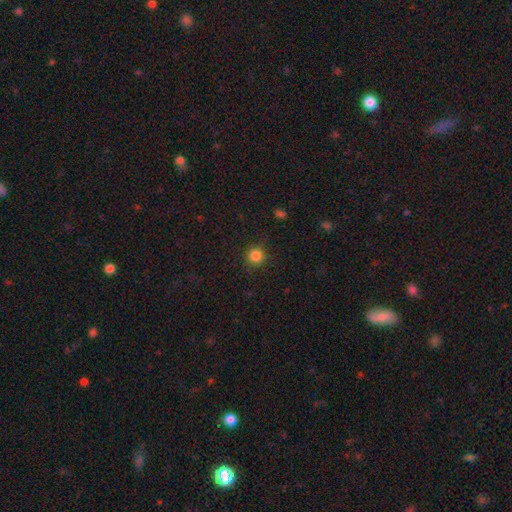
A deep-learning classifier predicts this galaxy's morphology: smooth_or_featured: smooth (p=0.85) [alt: star or artifact p=0.12]
how_rounded: round (p=0.95) [alt: in between p=0.04]
merging: none (p=0.91) [alt: minor disturbance p=0.06]